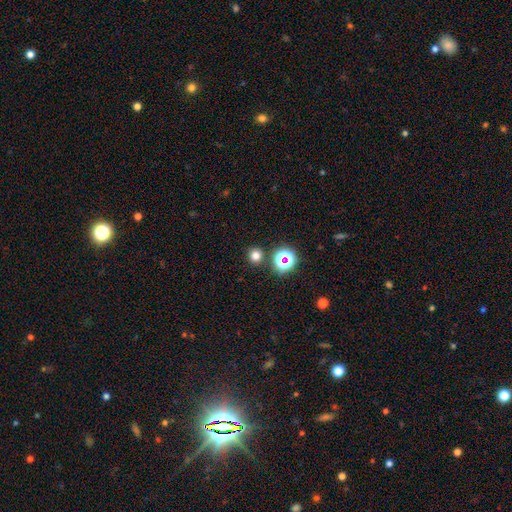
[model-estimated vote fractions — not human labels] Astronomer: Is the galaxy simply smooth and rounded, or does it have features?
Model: smooth — 72%.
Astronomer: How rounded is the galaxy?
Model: round — 93%.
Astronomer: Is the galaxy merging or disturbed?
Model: none — 87%.